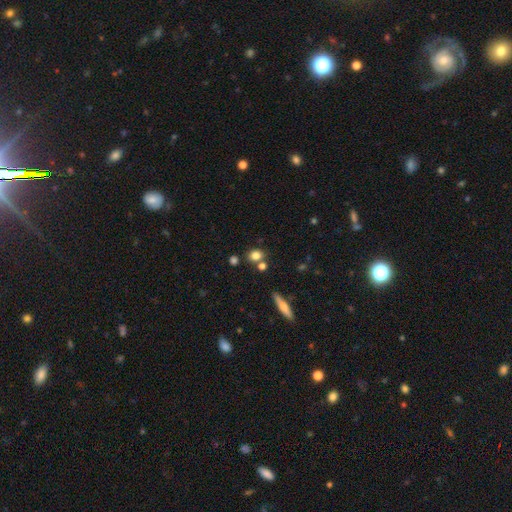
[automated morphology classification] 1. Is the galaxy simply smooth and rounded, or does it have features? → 77% smooth, 12% star or artifact, 11% featured or disk.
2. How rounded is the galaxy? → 58% round, 39% in between, 3% cigar-shaped.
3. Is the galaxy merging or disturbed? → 67% none, 19% merger, 11% minor disturbance, 4% major disturbance.